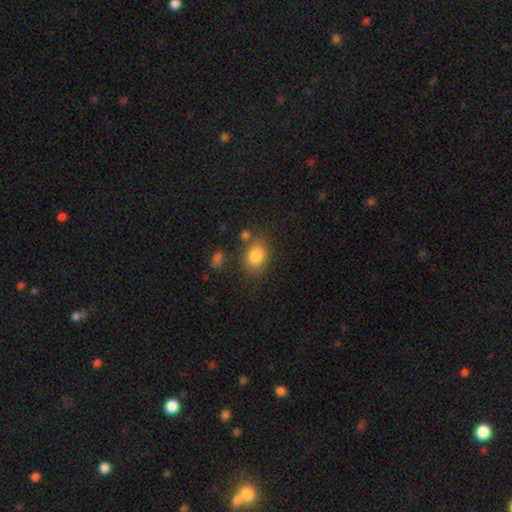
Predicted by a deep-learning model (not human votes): This is clearly a smooth galaxy (84%). How rounded: likely in between (69%). Merging: likely none (72%).